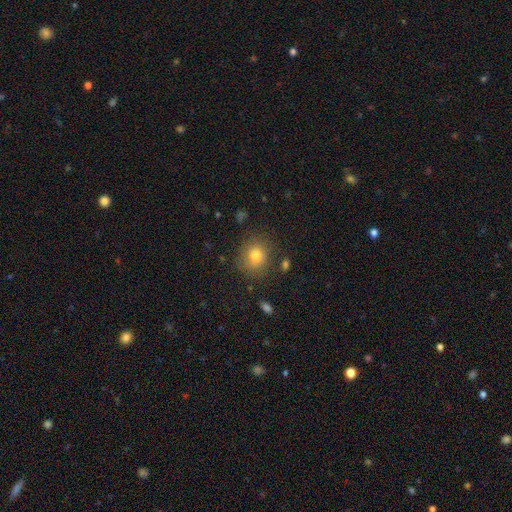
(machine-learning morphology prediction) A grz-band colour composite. It shows a smooth galaxy with no disk features (79%) that is round (80%). Merging: none (81%).